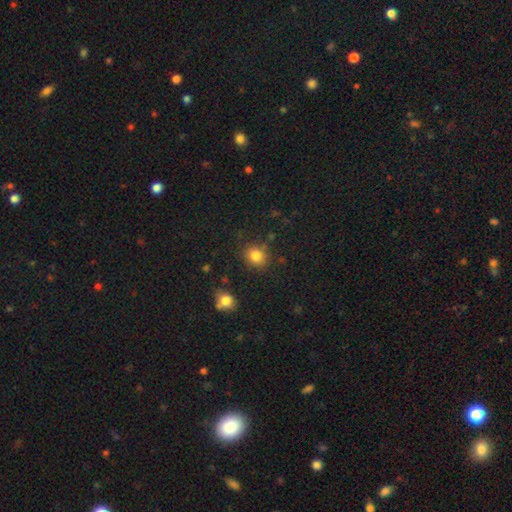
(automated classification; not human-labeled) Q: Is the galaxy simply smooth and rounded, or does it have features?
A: smooth — 83%.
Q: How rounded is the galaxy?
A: round — 69%.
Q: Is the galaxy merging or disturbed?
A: none — 80%.